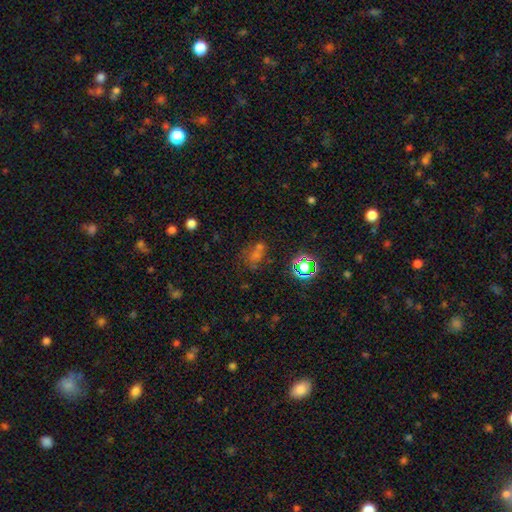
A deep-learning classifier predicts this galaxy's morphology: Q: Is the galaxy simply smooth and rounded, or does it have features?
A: star or artifact — 45%.